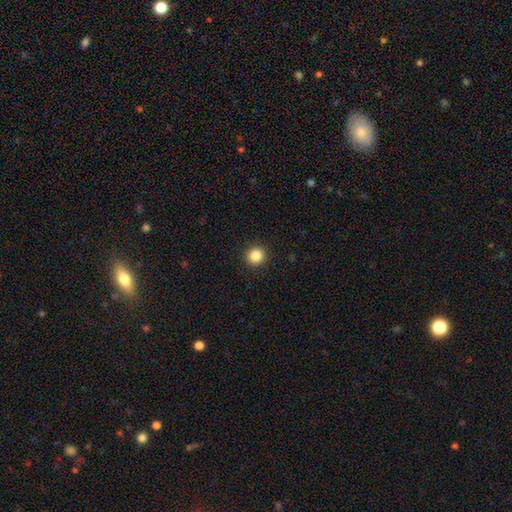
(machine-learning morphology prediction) Overall: smooth (86%). How rounded: round (91%). Merging: none (92%).